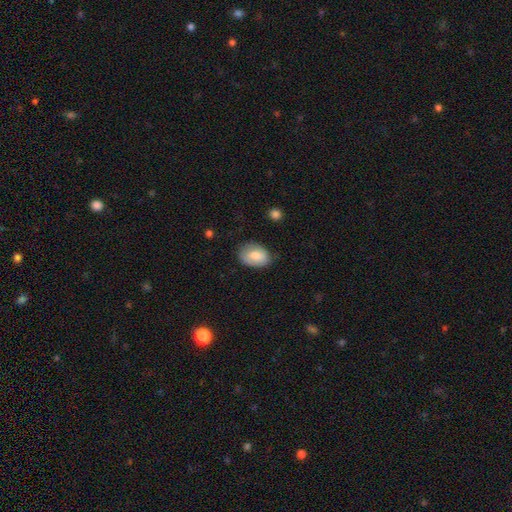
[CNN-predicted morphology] Overall: smooth (76%). How rounded: in between (77%). Merging: none (68%).